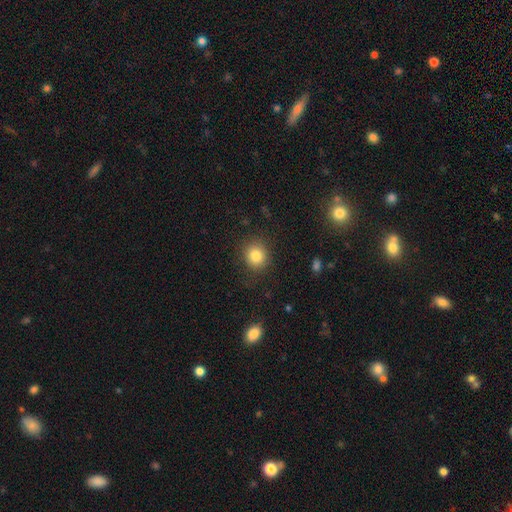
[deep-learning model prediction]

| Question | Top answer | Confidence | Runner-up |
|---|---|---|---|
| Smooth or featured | smooth | 82% | star or artifact (11%) |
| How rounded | round | 84% | in between (16%) |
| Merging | none | 86% | minor disturbance (9%) |